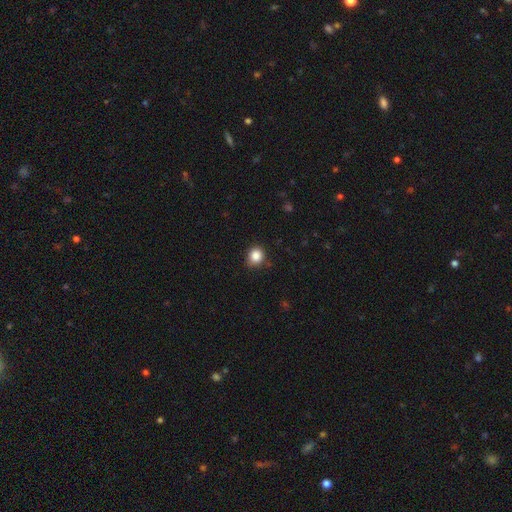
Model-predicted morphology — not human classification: A smooth galaxy with no disk features (86%) that is round (76%). Merging: none (80%).